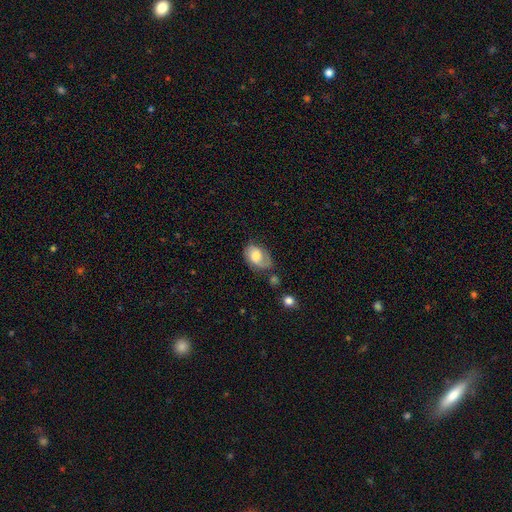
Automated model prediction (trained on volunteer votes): Smooth or featured: smooth — 55% (featured or disk — 37%)
How rounded: in between — 82% (round — 16%)
Merging: none — 49% (minor disturbance — 31%)